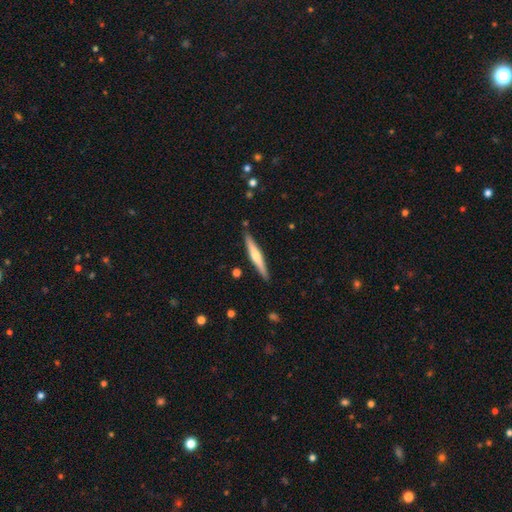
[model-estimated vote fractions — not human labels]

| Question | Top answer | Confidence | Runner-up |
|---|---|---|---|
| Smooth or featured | featured or disk | 52% | smooth (43%) |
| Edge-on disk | yes | 96% | no (4%) |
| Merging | none | 88% | minor disturbance (8%) |